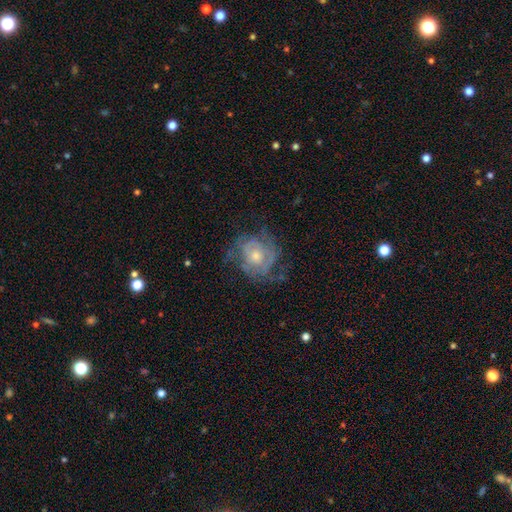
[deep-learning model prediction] The model was most divided on "bulge size": moderate: 52%, small: 41%, large: 4%, none: 2%, dominant: 1%. Remaining: edge-on disk — no (97%); bar — no (80%); spiral arms — yes (76%); smooth or featured — featured or disk (72%); merging — none (60%); spiral winding — tight (56%); spiral arm count — can't tell (49%).